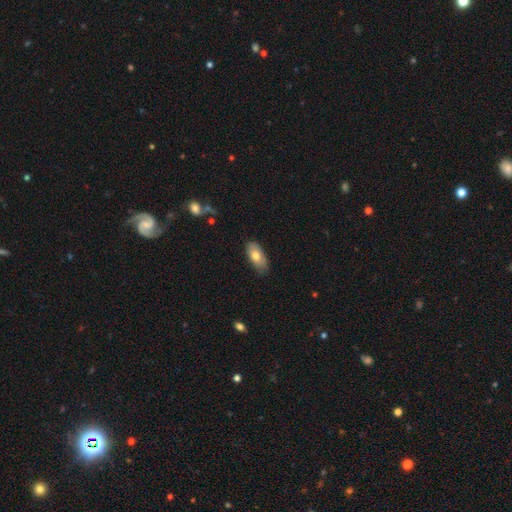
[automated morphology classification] Q: Smooth or featured?
A: smooth (74%); runner-up: featured or disk (19%)
Q: How rounded?
A: in between (90%); runner-up: cigar-shaped (7%)
Q: Merging?
A: none (71%); runner-up: minor disturbance (24%)